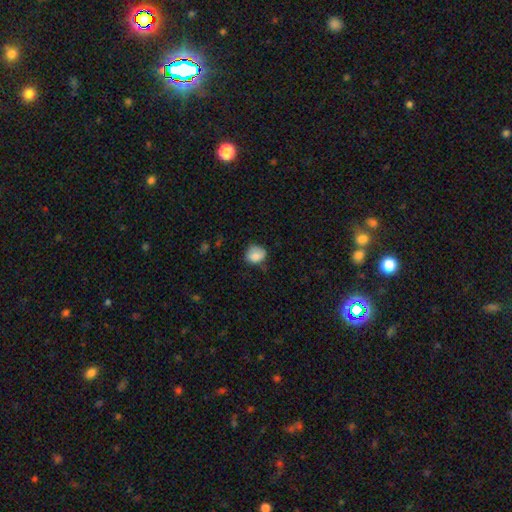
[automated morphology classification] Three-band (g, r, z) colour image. It shows a smooth galaxy with no disk features (84%) that is round (64%). Merging: none (58%).